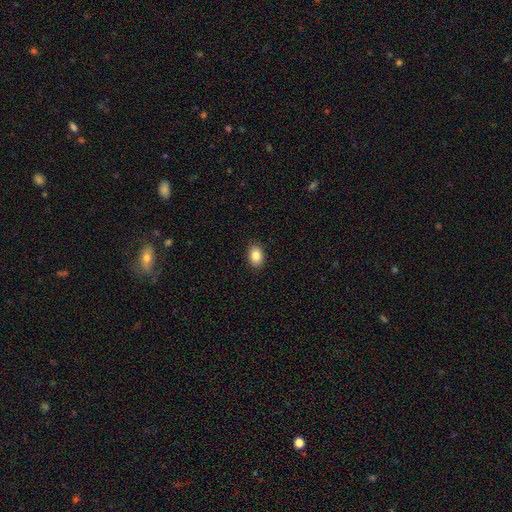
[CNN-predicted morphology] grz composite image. It shows a smooth galaxy with no disk features (84%) that is in between round and cigar-shaped (80%). Merging: none (90%).